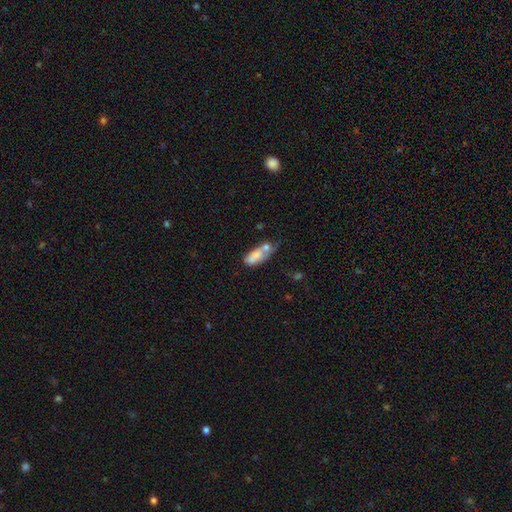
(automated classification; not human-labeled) smooth 66%, featured or disk 26%, star or artifact 9%. Down the decision tree: how rounded — in between (80%); merging — merger (39%).